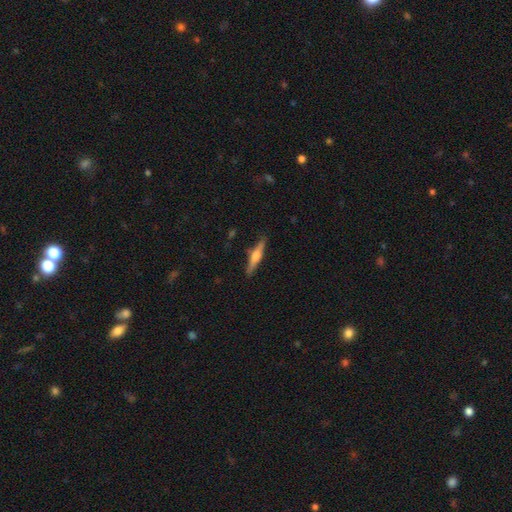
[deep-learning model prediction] featured or disk 58%, smooth 36%, star or artifact 6%. Down the decision tree: edge-on disk — yes (97%); edge-on bulge — rounded (84%); merging — none (87%).